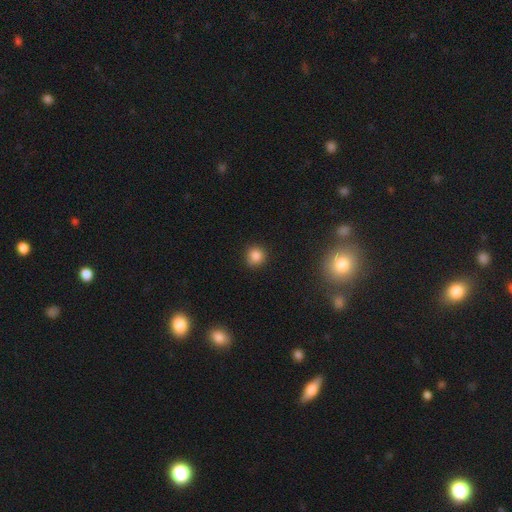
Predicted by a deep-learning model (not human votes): The model was most divided on "smooth or featured": smooth: 84%, star or artifact: 12%, featured or disk: 4%. More confident: how rounded — round (90%); merging — none (87%).